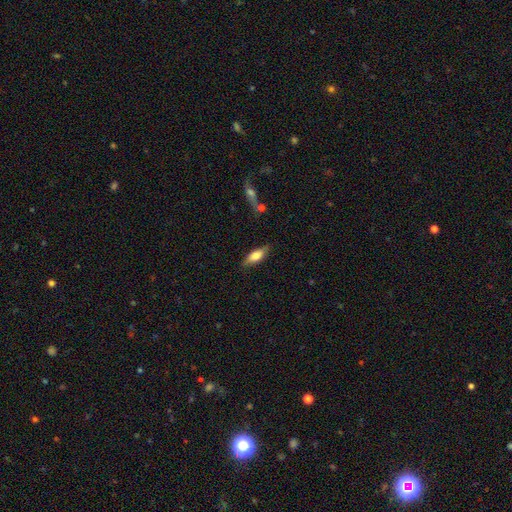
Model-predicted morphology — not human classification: type=smooth (66%); roundness=in between (63%); merging=none (82%).